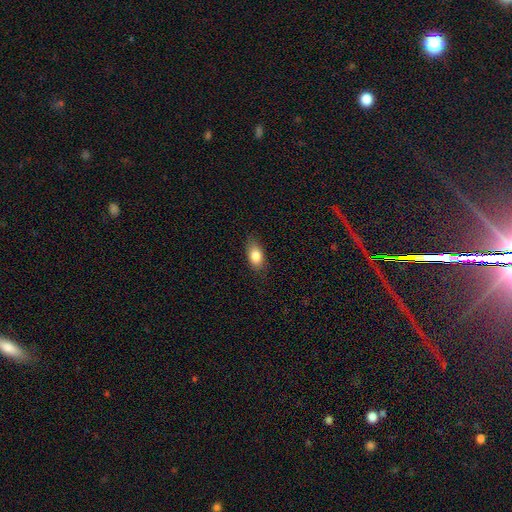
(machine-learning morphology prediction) smooth_or_featured: smooth (p=0.81) [alt: featured or disk p=0.11]
how_rounded: in between (p=0.87) [alt: round p=0.07]
merging: none (p=0.78) [alt: minor disturbance p=0.17]